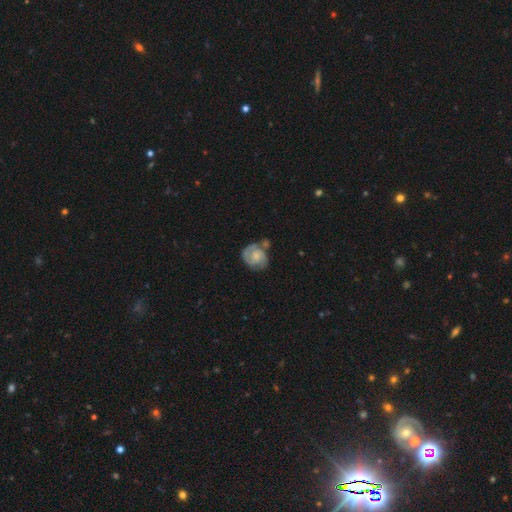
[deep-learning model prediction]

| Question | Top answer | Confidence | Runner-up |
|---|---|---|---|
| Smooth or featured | featured or disk | 72% | smooth (22%) |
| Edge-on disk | no | 98% | yes (2%) |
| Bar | no | 63% | weak (32%) |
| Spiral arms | yes | 91% | no (9%) |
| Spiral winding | tight | 53% | medium (37%) |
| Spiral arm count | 2 | 70% | can't tell (13%) |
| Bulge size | small | 41% | moderate (36%) |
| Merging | none | 49% | minor disturbance (21%) |